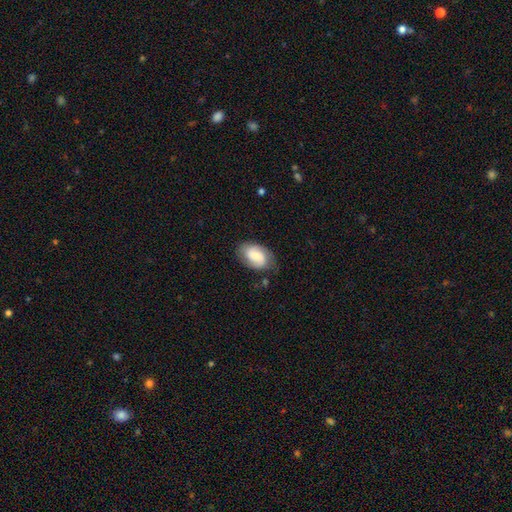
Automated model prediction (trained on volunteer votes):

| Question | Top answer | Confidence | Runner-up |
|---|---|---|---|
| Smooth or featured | smooth | 54% | featured or disk (39%) |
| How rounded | in between | 88% | round (11%) |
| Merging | none | 68% | minor disturbance (23%) |